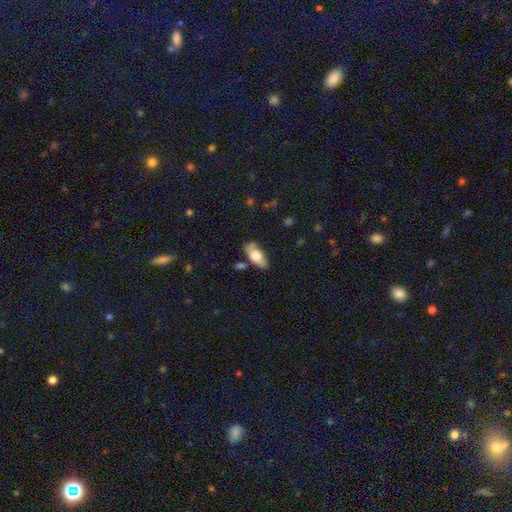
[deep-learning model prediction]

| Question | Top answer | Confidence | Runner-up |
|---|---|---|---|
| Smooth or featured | smooth | 66% | featured or disk (27%) |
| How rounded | in between | 84% | cigar-shaped (13%) |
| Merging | none | 66% | minor disturbance (22%) |